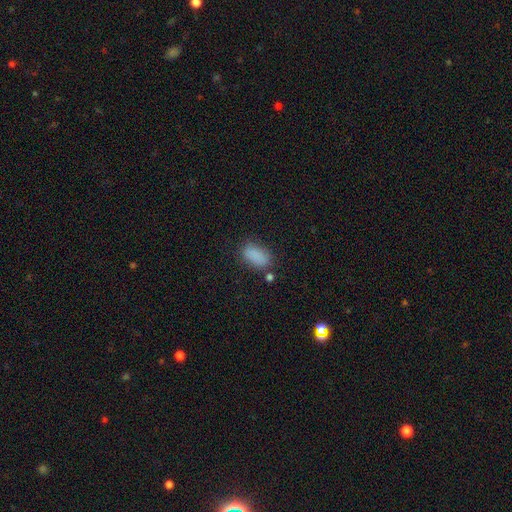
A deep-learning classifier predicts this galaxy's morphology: A smooth galaxy with no disk features (86%) that is in between round and cigar-shaped (91%).

Vote fractions:
- Smooth or featured? smooth: 86% / star or artifact: 9% / featured or disk: 5%
- How rounded? in between: 91% / round: 6% / cigar-shaped: 3%
- Merging? none: 73% / minor disturbance: 17% / merger: 5% / major disturbance: 5%